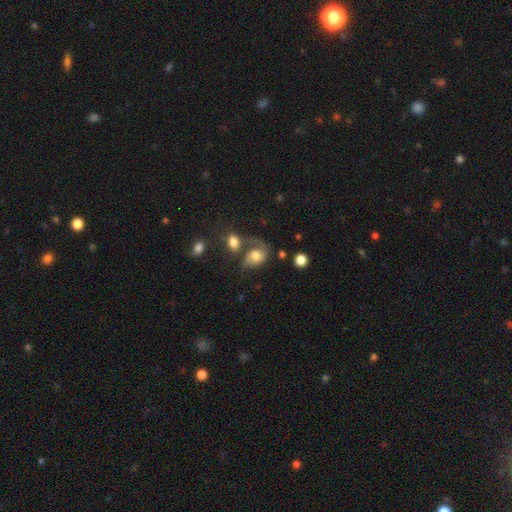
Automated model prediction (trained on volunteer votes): Q: Smooth or featured?
A: smooth (49%); runner-up: featured or disk (41%)
Q: Merging?
A: merger (32%); runner-up: none (27%)